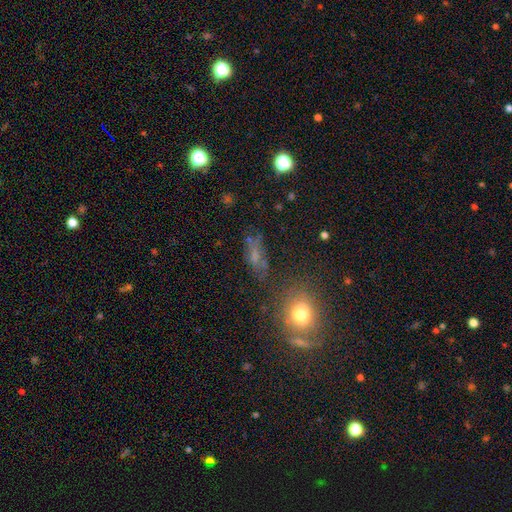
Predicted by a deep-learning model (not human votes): Q: Smooth or featured?
A: smooth (52%); runner-up: star or artifact (26%)
Q: How rounded?
A: in between (66%); runner-up: cigar-shaped (19%)
Q: Merging?
A: none (58%); runner-up: minor disturbance (20%)